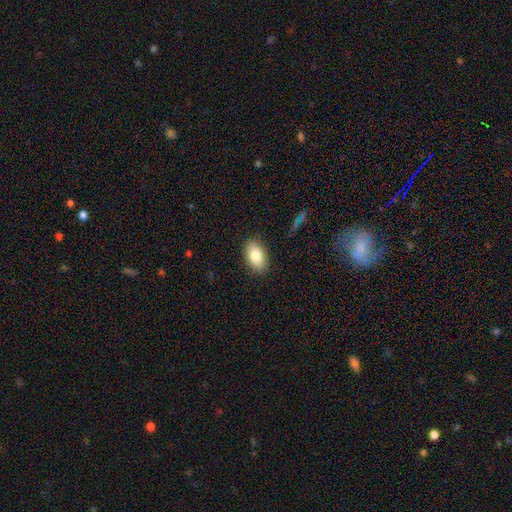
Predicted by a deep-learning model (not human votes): This is clearly a smooth galaxy (82%). How rounded: clearly in between (91%). Merging: clearly none (87%).